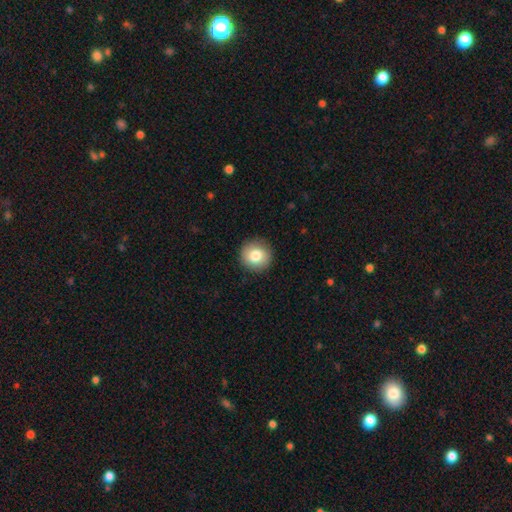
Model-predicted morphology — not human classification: The model was most divided on "smooth or featured": smooth: 81%, featured or disk: 10%, star or artifact: 9%. More confident: how rounded — round (93%); merging — none (91%).